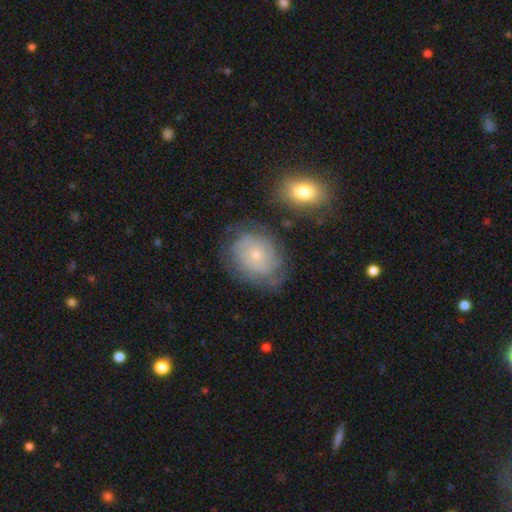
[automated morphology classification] Overall: featured or disk (54%; smooth 37%). Edge-on disk: no (97%). Bar: no (86%). Spiral arms: yes (77%). Bulge size: small (81%). Merging: none (64%).